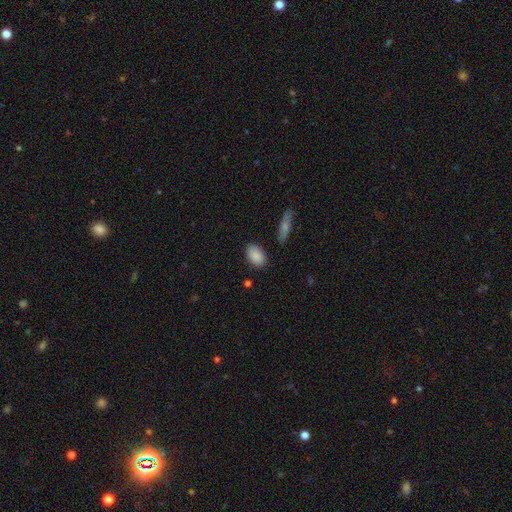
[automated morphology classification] This appears to be a smooth galaxy with no disk features (88%) that is in between round and cigar-shaped (89%). Merging: none (83%).